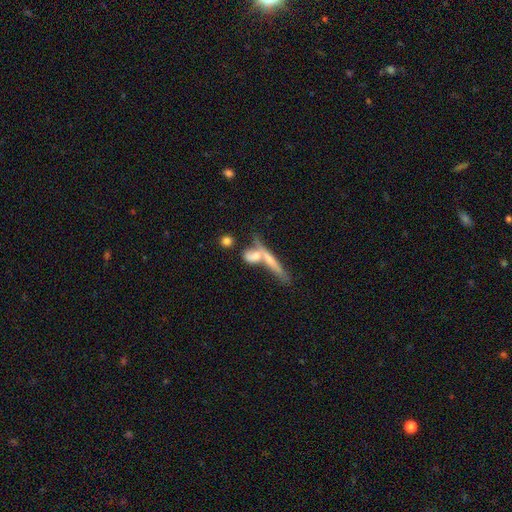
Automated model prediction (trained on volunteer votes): Q: Smooth or featured?
A: smooth (47%); runner-up: featured or disk (43%)
Q: Merging?
A: merger (45%); runner-up: none (35%)